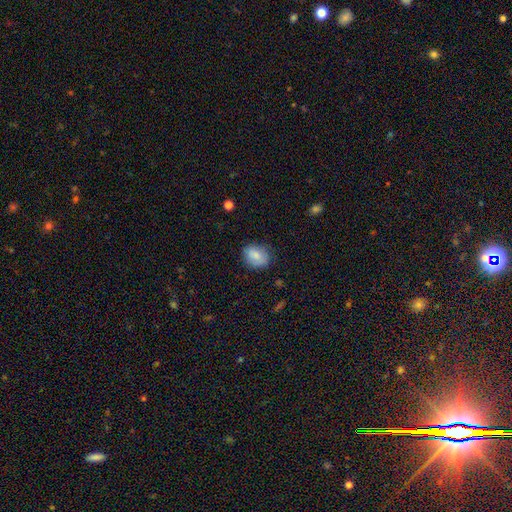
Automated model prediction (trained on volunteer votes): Morphology: type=smooth (81%); roundness=in between (63%); merging=none (73%).